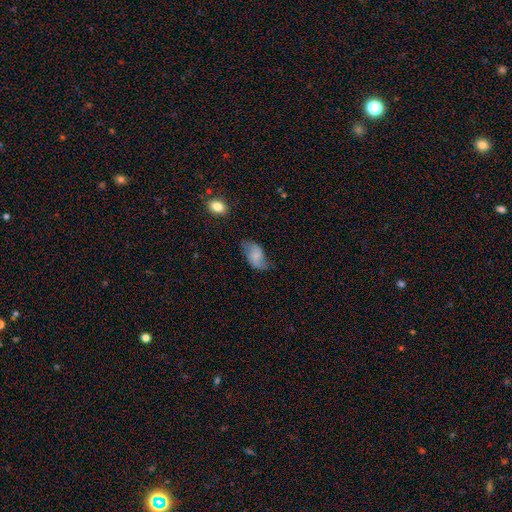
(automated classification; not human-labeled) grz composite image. It shows a smooth galaxy with no disk features (68%) that is in between round and cigar-shaped (93%). Merging: none (53%).